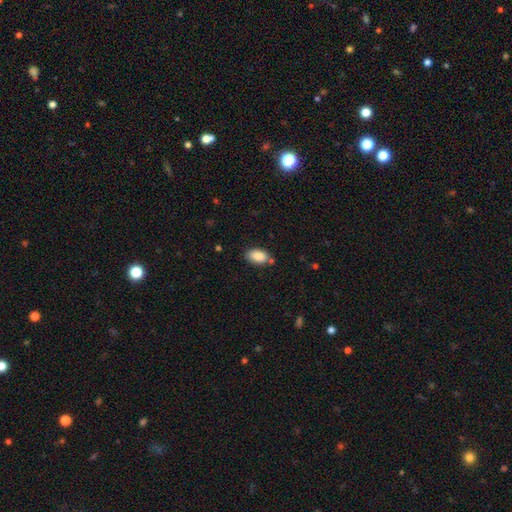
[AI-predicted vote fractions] Overall: smooth (88%). How rounded: in between (93%). Merging: none (74%).